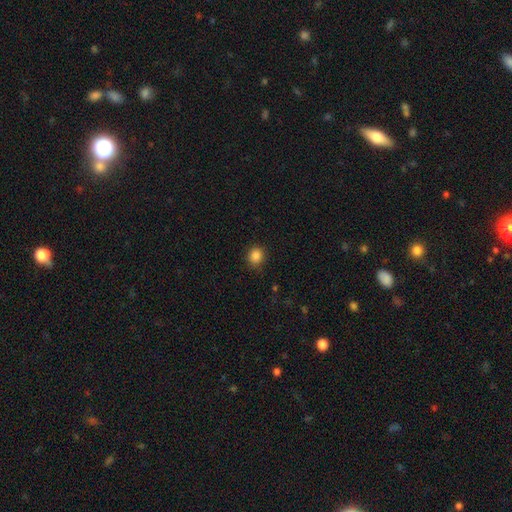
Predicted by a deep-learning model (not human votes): smooth 86%, star or artifact 11%, featured or disk 3%. Down the decision tree: how rounded — round (81%); merging — none (88%).